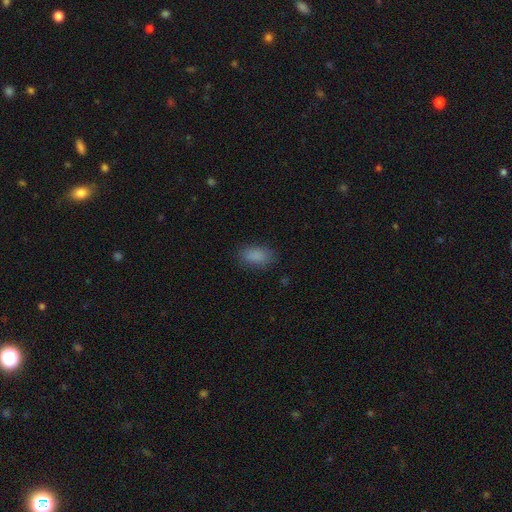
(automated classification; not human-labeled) This is clearly a smooth galaxy (86%). How rounded: clearly in between (90%). Merging: clearly none (81%).